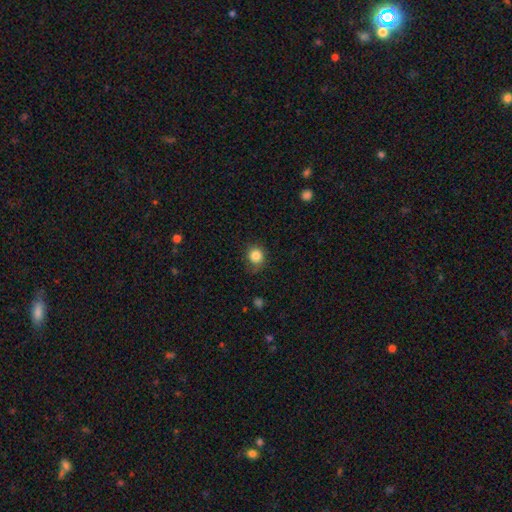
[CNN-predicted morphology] Smooth or featured? smooth (84%)
How rounded? round (85%)
Merging? none (72%)